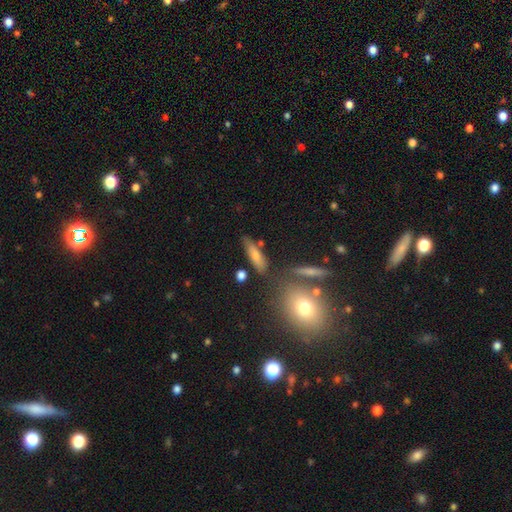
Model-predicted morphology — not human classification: smooth_or_featured: smooth (p=0.71) [alt: featured or disk p=0.20]
how_rounded: cigar-shaped (p=0.54) [alt: in between p=0.42]
merging: none (p=0.67) [alt: minor disturbance p=0.17]